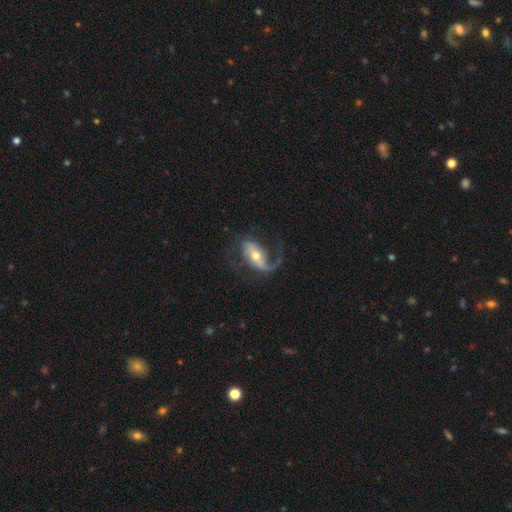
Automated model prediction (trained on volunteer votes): Morphology: type=featured or disk (83%); edge-on=no (94%); bar=strong (40%); spiral arms=yes (94%); winding=loose (54%); arm count=2 (66%); bulge=moderate (62%); merging=none (60%).